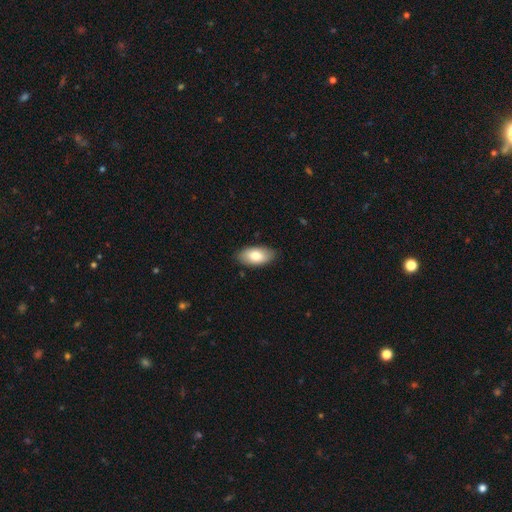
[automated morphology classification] This appears to be a smooth galaxy with no disk features (79%) that is in between round and cigar-shaped (94%). Merging: none (87%).